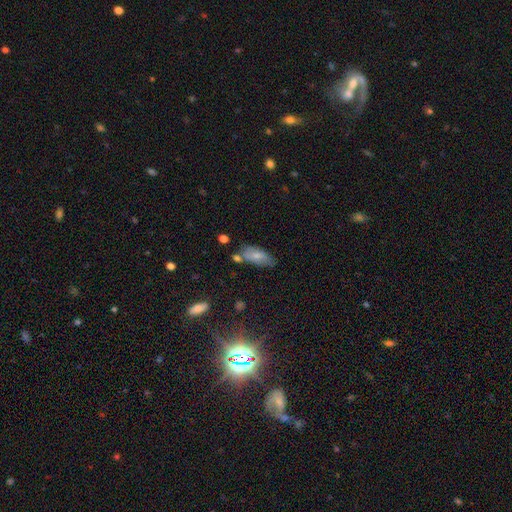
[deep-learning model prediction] A smooth galaxy with no disk features (67%) that is in between round and cigar-shaped (84%). Merging: none (56%).